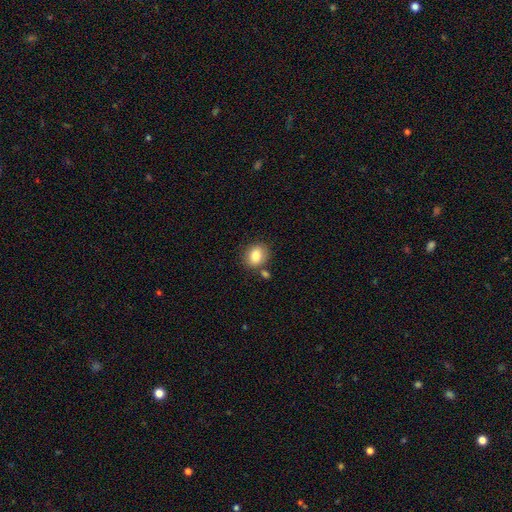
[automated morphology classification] This appears to be a smooth galaxy with no disk features (82%) that is round (53%). Merging: none (74%).